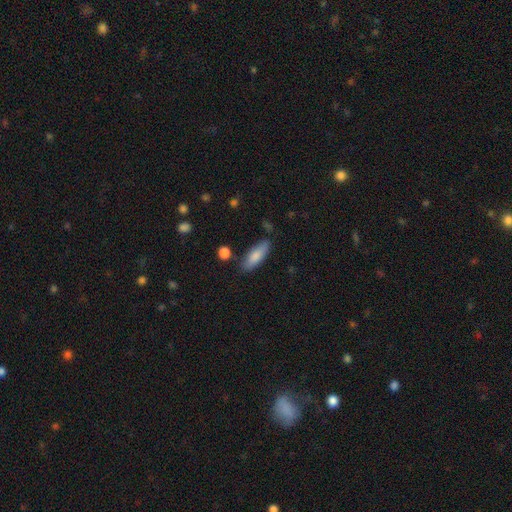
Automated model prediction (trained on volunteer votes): A smooth galaxy with no disk features (80%) that is in between round and cigar-shaped (63%).

Vote fractions:
- Smooth or featured? smooth: 80% / featured or disk: 14% / star or artifact: 6%
- How rounded? in between: 63% / cigar-shaped: 35% / round: 2%
- Merging? none: 78% / minor disturbance: 16% / merger: 3% / major disturbance: 3%